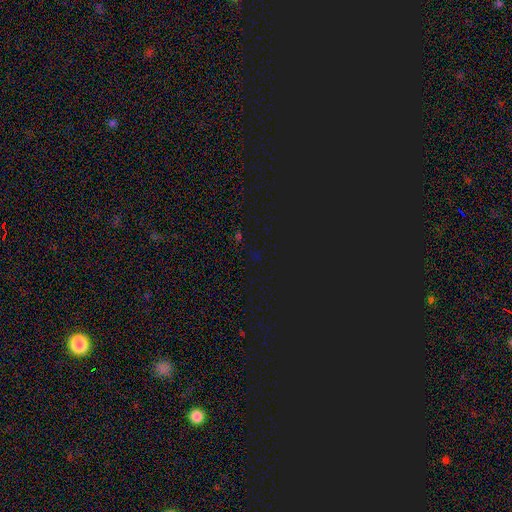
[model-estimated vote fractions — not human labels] A star or artifact, not a galaxy (77%).

Vote fractions:
- Smooth or featured? star or artifact: 77% / smooth: 17% / featured or disk: 7%